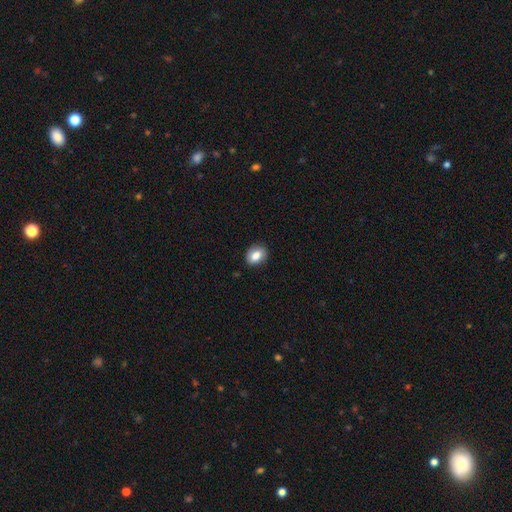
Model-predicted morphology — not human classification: Smooth or featured? smooth (83%)
How rounded? in between (65%)
Merging? none (86%)